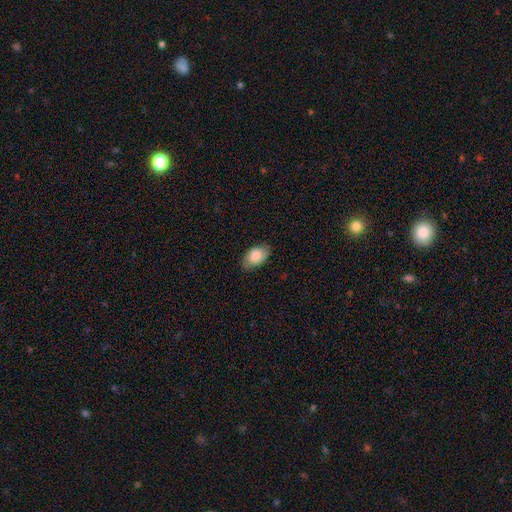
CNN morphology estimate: Q: Smooth or featured?
A: smooth (69%); runner-up: featured or disk (24%)
Q: How rounded?
A: in between (91%); runner-up: round (7%)
Q: Merging?
A: none (78%); runner-up: minor disturbance (17%)